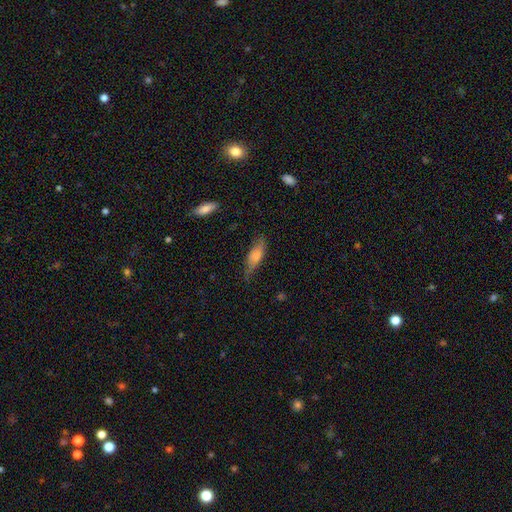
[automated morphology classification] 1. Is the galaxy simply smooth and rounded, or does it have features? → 68% smooth, 25% featured or disk, 7% star or artifact.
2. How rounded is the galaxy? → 59% in between, 38% cigar-shaped, 2% round.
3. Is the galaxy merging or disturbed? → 61% none, 29% minor disturbance, 8% major disturbance, 2% merger.